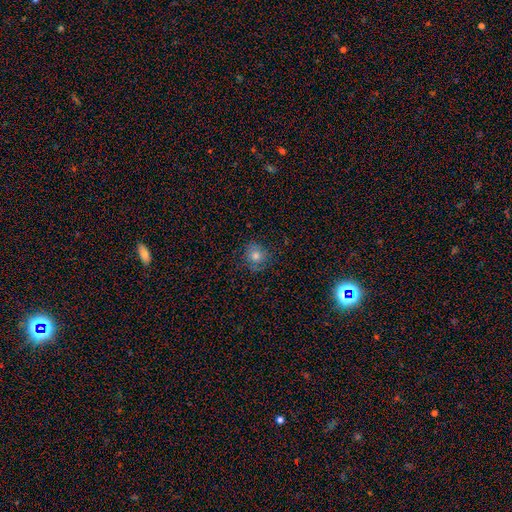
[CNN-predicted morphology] smooth-or-featured: smooth: 69% | star or artifact: 18% | featured or disk: 13%
  how-rounded: round: 85% | in between: 14% | cigar-shaped: 1%
  merging: none: 79% | minor disturbance: 15% | major disturbance: 5% | merger: 1%